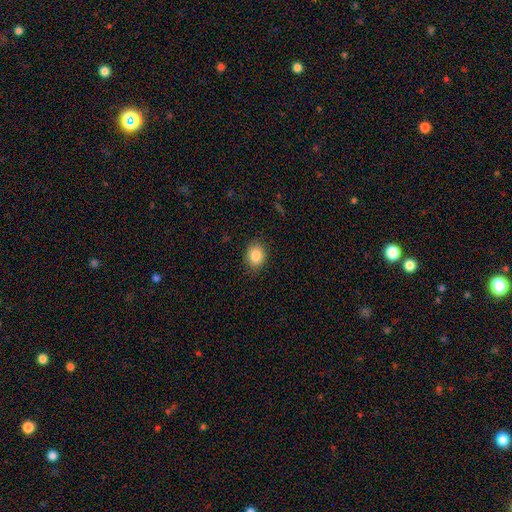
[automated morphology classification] smooth_or_featured: smooth (p=0.87) [alt: star or artifact p=0.09]
how_rounded: in between (p=0.52) [alt: round p=0.47]
merging: none (p=0.87) [alt: minor disturbance p=0.09]